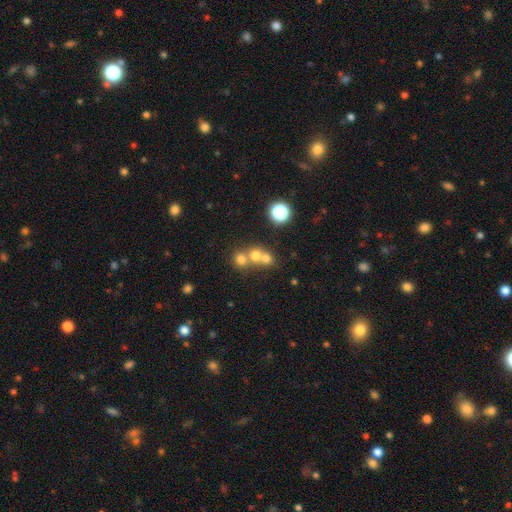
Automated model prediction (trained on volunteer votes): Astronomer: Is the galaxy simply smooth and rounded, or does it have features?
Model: smooth — 67%.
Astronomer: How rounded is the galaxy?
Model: round — 84%.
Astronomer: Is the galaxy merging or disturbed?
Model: merger — 54% (runner-up: none, 38%).